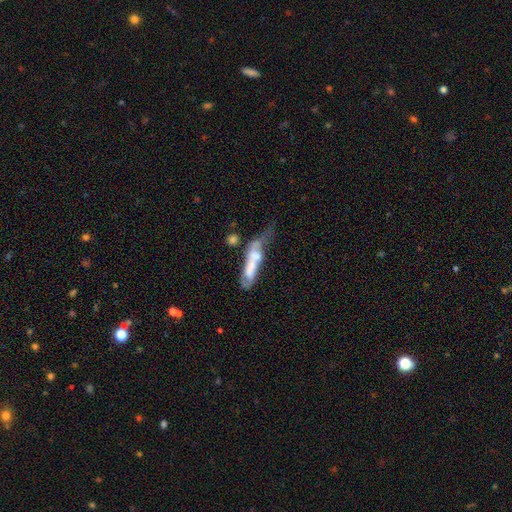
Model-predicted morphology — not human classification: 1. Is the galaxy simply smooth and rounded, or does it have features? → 47% smooth, 45% featured or disk, 8% star or artifact.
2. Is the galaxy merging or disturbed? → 47% merger, 26% major disturbance, 14% none, 13% minor disturbance.